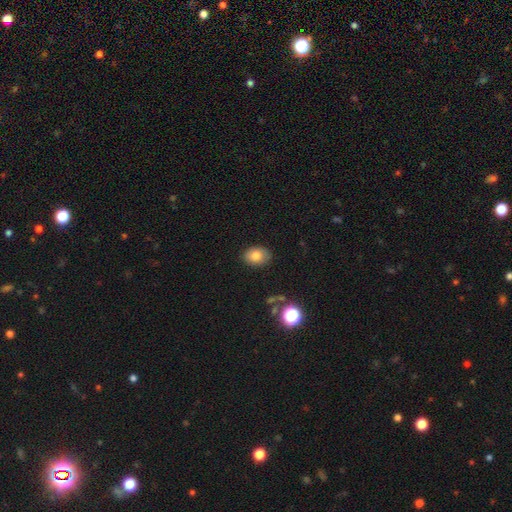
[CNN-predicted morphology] Q: Smooth or featured?
A: smooth (79%); runner-up: featured or disk (11%)
Q: How rounded?
A: in between (71%); runner-up: round (28%)
Q: Merging?
A: none (85%); runner-up: minor disturbance (11%)